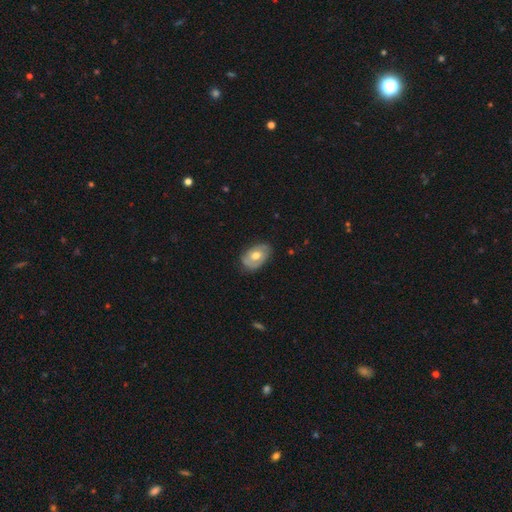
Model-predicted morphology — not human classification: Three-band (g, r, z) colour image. It shows a featured or disk galaxy (52%). Merging: none (72%).